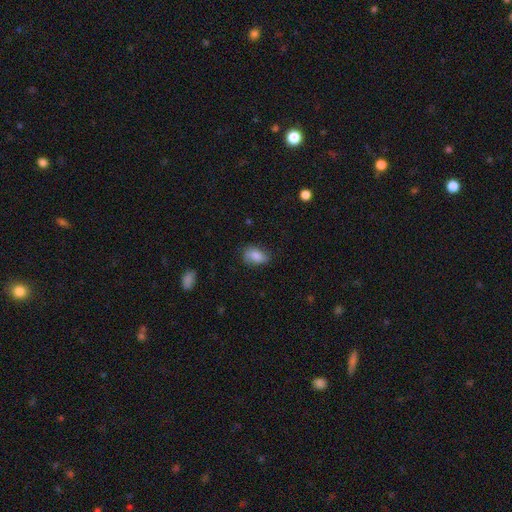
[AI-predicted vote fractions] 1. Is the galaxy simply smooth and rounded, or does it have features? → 80% smooth, 12% featured or disk, 8% star or artifact.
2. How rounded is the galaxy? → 87% in between, 11% round, 2% cigar-shaped.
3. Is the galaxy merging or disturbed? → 65% none, 27% minor disturbance, 7% major disturbance, 1% merger.